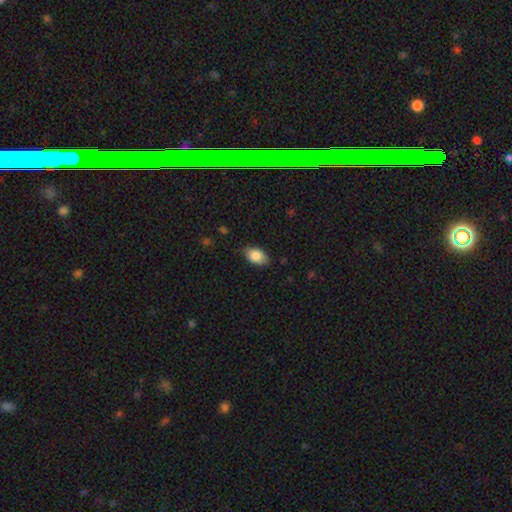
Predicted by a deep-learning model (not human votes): smooth-or-featured: smooth: 87% | star or artifact: 7% | featured or disk: 7%
  how-rounded: in between: 92% | round: 7% | cigar-shaped: 2%
  merging: none: 82% | minor disturbance: 14% | major disturbance: 3% | merger: 1%